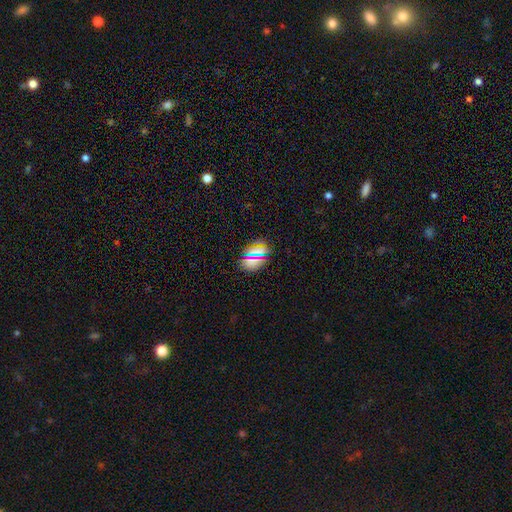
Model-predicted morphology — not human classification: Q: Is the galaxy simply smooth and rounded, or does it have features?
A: smooth — 70%.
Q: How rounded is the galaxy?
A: in between — 66%.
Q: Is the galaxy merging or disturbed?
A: none — 80%.